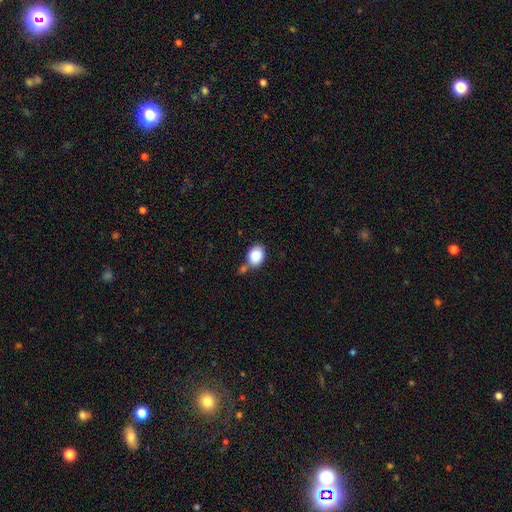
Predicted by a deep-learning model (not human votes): A smooth galaxy with no disk features (87%) that is in between round and cigar-shaped (62%).

Vote fractions:
- Smooth or featured? smooth: 87% / star or artifact: 8% / featured or disk: 5%
- How rounded? in between: 62% / round: 37% / cigar-shaped: 1%
- Merging? none: 57% / merger: 22% / minor disturbance: 16% / major disturbance: 5%